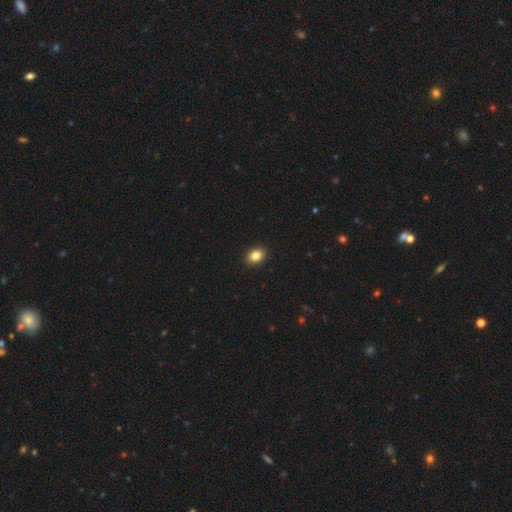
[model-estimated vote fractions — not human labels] Smooth or featured? smooth (86%)
How rounded? in between (67%)
Merging? none (92%)